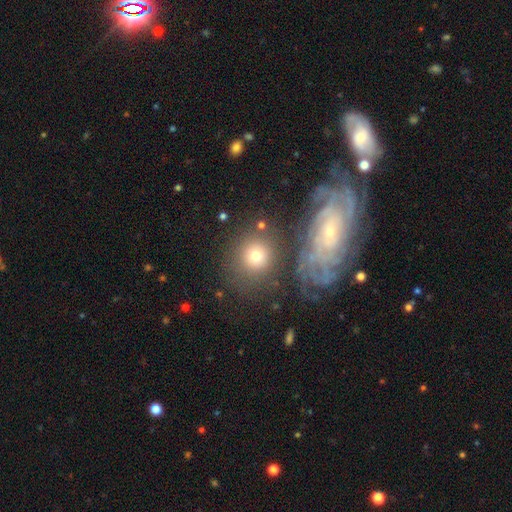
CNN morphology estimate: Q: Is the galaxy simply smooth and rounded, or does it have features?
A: smooth — 56%.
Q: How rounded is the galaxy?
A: round — 82%.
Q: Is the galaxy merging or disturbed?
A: none — 72%.